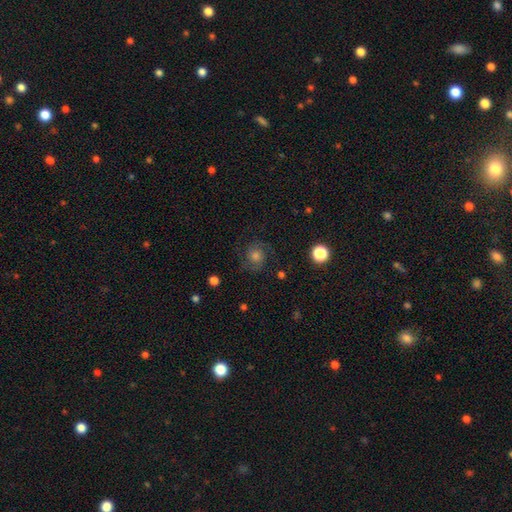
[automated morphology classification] Overall: featured or disk (64%). Edge-on disk: no (98%). Bar: no (74%). Spiral arms: yes (94%). Spiral arm count: 2 (84%). Spiral winding: medium (48%; tight 37%). Bulge size: moderate (53%; small 23%). Merging: none (80%).